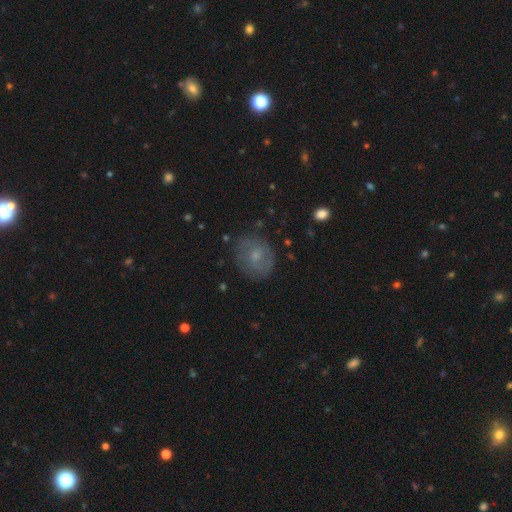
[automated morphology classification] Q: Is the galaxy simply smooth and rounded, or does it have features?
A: smooth — 50%.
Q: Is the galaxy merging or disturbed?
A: none — 76%.